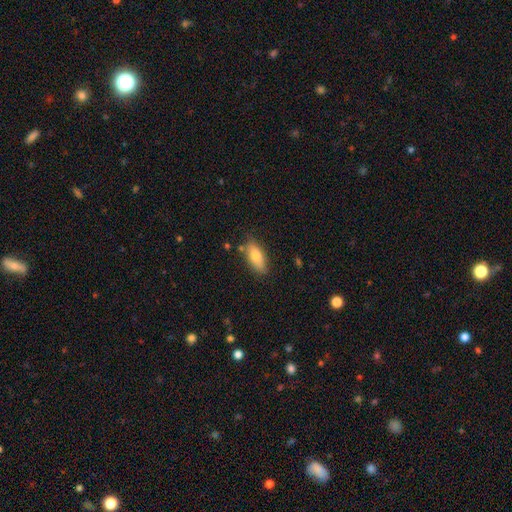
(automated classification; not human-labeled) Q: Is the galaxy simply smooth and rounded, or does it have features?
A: smooth — 78%.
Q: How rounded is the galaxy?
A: in between — 79%.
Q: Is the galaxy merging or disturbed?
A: none — 78%.